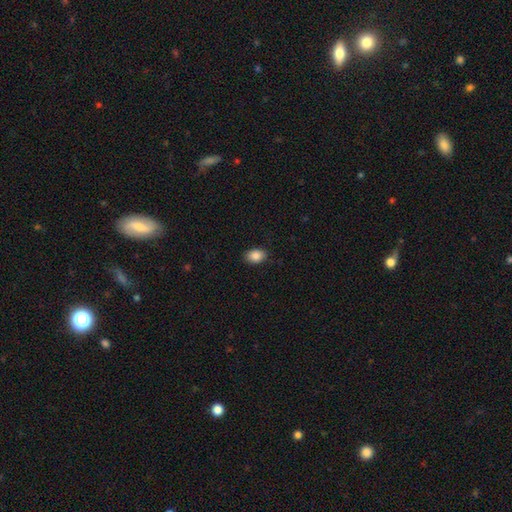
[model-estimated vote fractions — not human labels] Smooth or featured: smooth — 87% (star or artifact — 8%)
How rounded: in between — 77% (round — 21%)
Merging: none — 86% (minor disturbance — 11%)